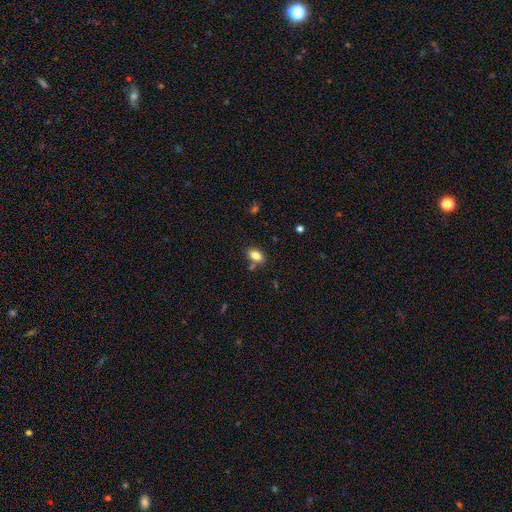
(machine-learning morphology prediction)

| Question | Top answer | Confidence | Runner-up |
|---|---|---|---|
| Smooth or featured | smooth | 83% | star or artifact (9%) |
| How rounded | in between | 88% | round (9%) |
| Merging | none | 74% | minor disturbance (13%) |